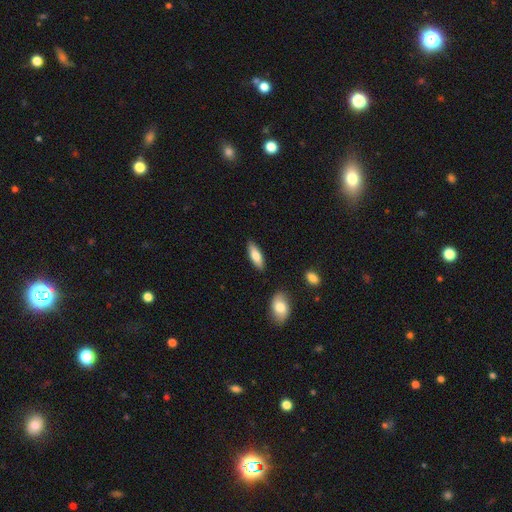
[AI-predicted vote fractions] smooth 76%, featured or disk 19%, star or artifact 6%. Down the decision tree: how rounded — in between (58%); merging — none (87%).